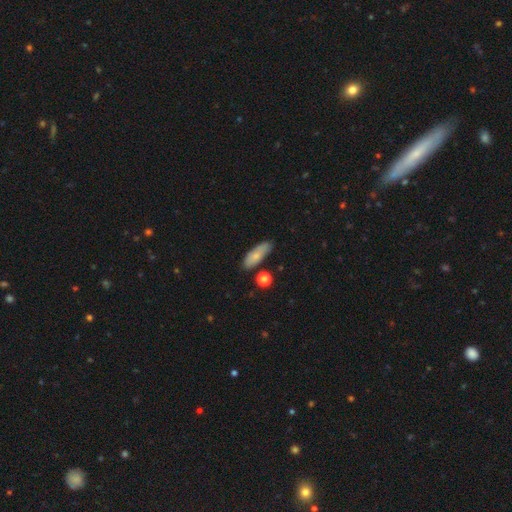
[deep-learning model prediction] smooth_or_featured: smooth (p=0.74) [alt: featured or disk p=0.19]
how_rounded: in between (p=0.64) [alt: cigar-shaped p=0.32]
merging: none (p=0.71) [alt: minor disturbance p=0.20]